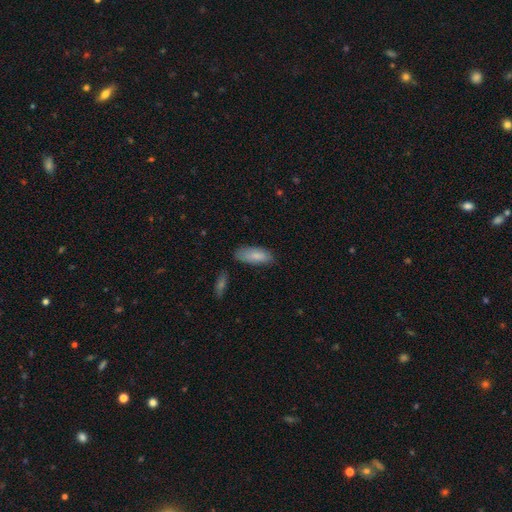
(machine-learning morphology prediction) smooth_or_featured: smooth (p=0.82) [alt: featured or disk p=0.12]
how_rounded: in between (p=0.79) [alt: cigar-shaped p=0.19]
merging: none (p=0.70) [alt: minor disturbance p=0.21]